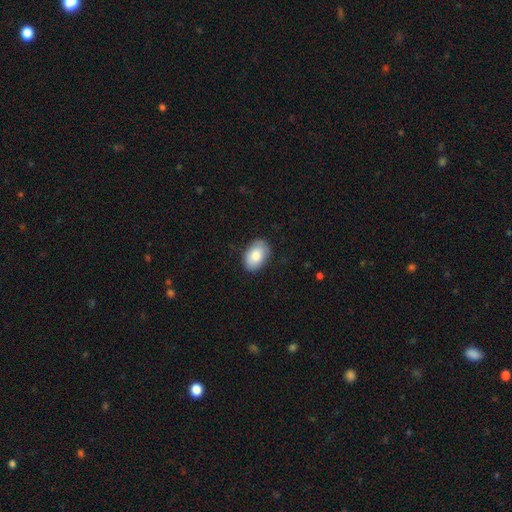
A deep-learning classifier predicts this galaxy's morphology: A smooth galaxy with no disk features (82%) that is in between round and cigar-shaped (87%). Merging: none (84%).